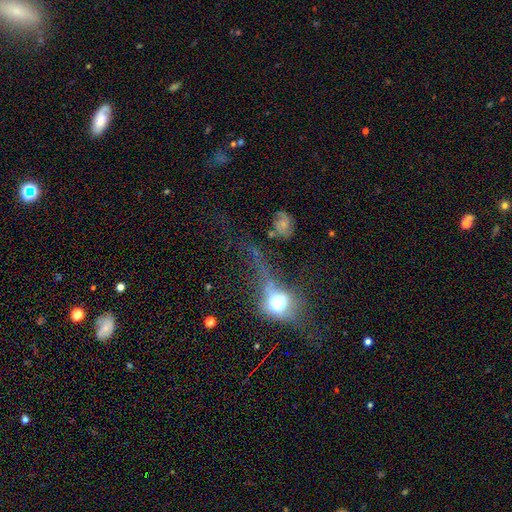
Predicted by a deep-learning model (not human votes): Smooth or featured? Predicted: featured or disk (p=0.39). Merging? Predicted: none (p=0.42).